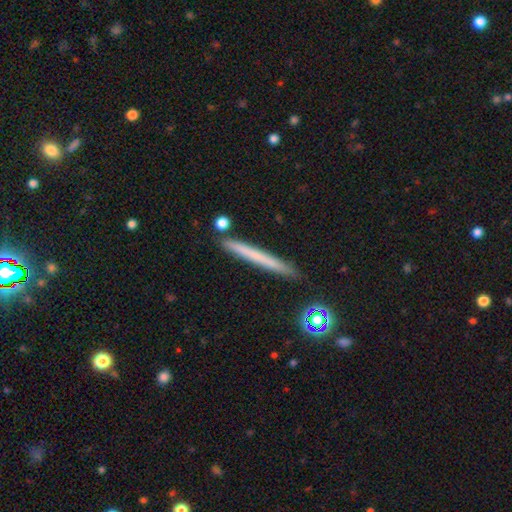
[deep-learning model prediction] smooth 57%, featured or disk 34%, star or artifact 9%. Down the decision tree: how rounded — cigar-shaped (97%); merging — none (88%).